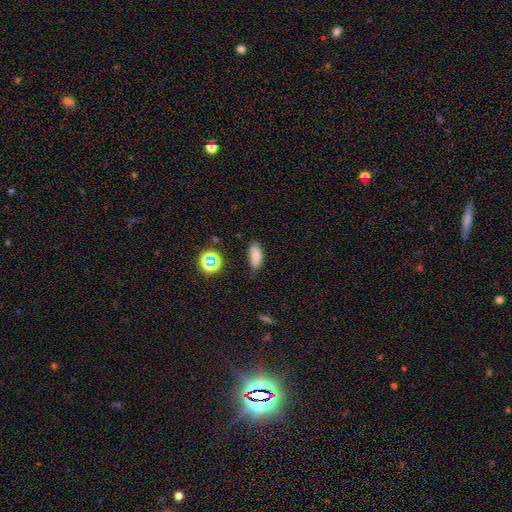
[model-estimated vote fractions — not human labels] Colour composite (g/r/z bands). It shows a smooth galaxy with no disk features (79%) that is in between round and cigar-shaped (83%). Merging: none (74%).